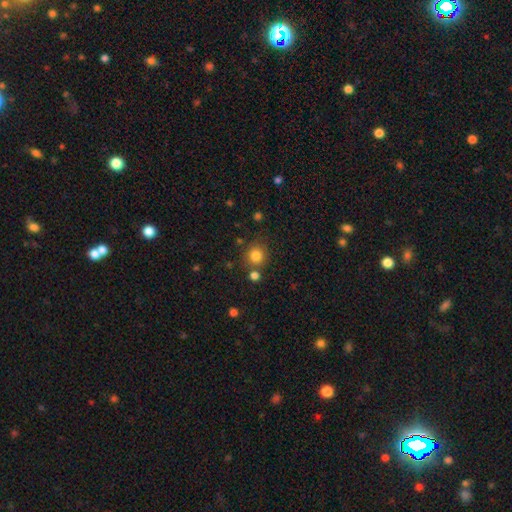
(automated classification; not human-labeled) Smooth or featured: smooth — 82% (star or artifact — 12%)
How rounded: round — 89% (in between — 10%)
Merging: none — 76% (merger — 11%)